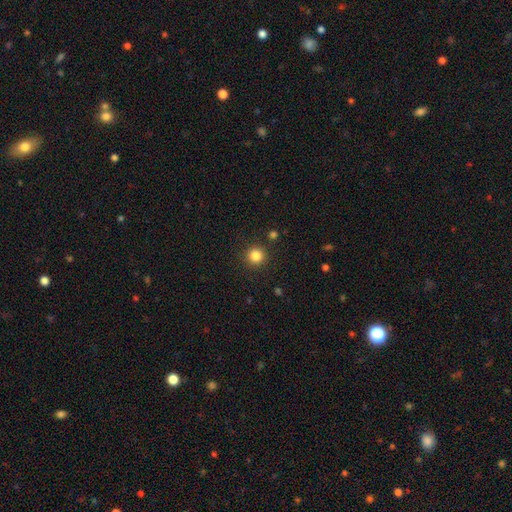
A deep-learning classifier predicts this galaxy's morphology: This is clearly a smooth galaxy (84%). How rounded: clearly round (95%). Merging: clearly none (90%).